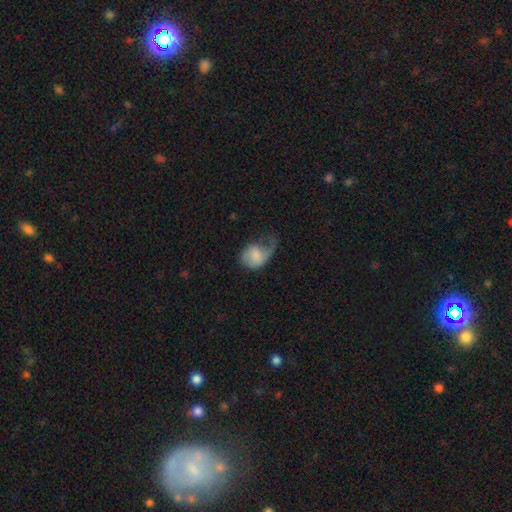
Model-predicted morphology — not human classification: This is possibly a smooth galaxy (57%). How rounded: possibly in between (55%). Merging: possibly major disturbance (52%).